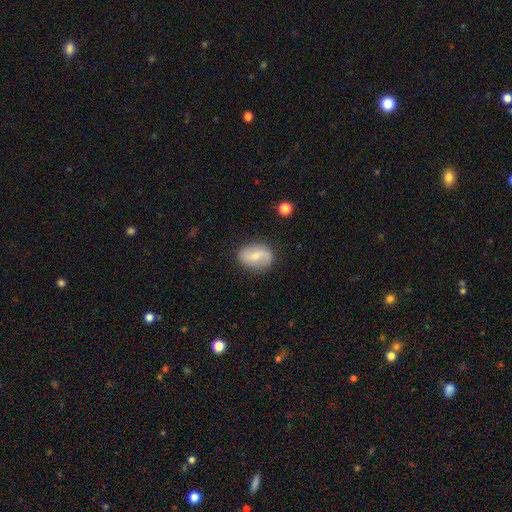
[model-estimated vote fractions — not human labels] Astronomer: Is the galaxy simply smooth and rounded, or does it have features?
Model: featured or disk — 55% (runner-up: smooth, 38%).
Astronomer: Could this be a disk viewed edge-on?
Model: no — 96%.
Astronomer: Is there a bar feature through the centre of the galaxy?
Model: weak — 45% (runner-up: no, 39%).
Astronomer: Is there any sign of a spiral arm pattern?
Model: yes — 84%.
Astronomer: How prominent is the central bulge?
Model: small — 50% (runner-up: moderate, 43%).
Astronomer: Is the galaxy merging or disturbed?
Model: none — 80%.